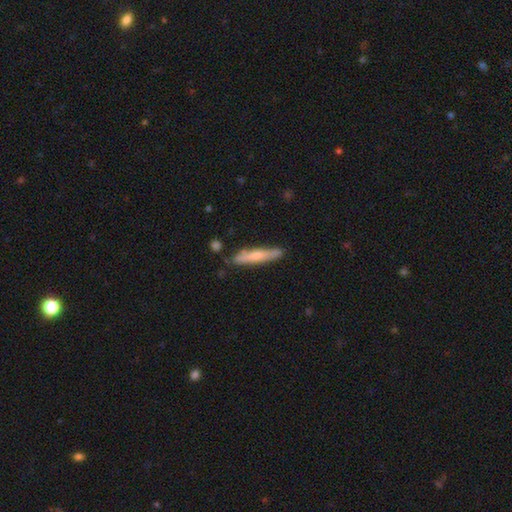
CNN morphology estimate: The model was most divided on "smooth or featured": smooth: 57%, featured or disk: 38%, star or artifact: 6%. More confident: how rounded — cigar-shaped (91%); merging — none (81%).